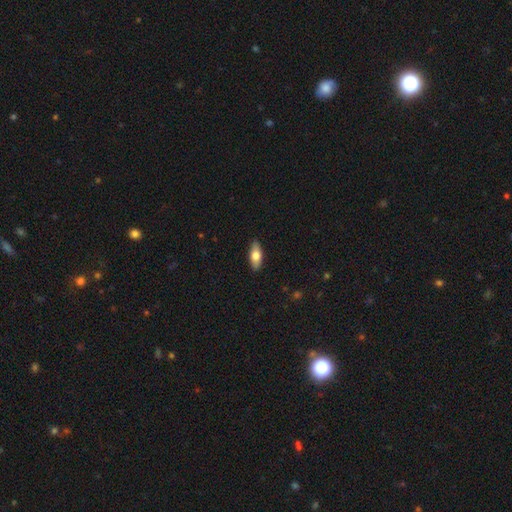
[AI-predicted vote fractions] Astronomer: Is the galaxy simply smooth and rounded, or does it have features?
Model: smooth — 72%.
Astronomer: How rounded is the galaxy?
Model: in between — 80%.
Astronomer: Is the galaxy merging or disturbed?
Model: none — 89%.